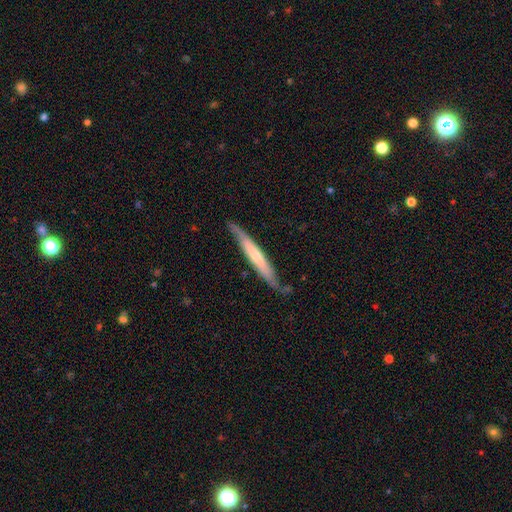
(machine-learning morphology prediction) type=featured or disk (52%); edge-on=yes (83%); merging=none (73%).